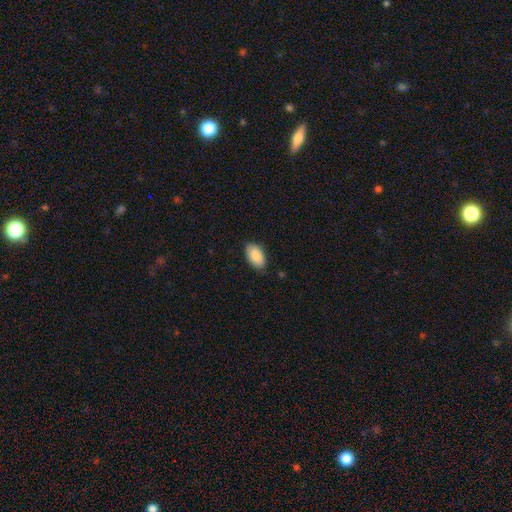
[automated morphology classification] Smooth or featured? smooth (89%)
How rounded? in between (95%)
Merging? none (85%)